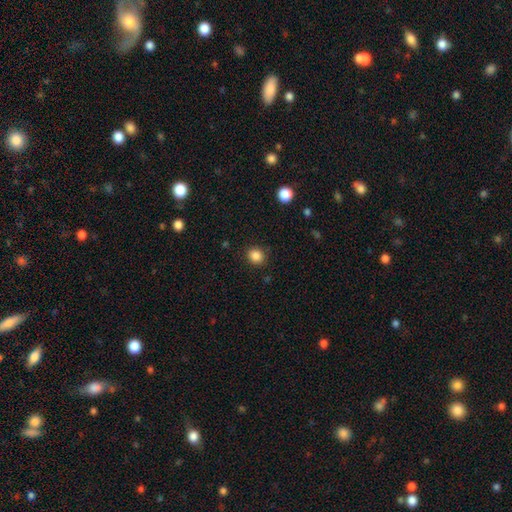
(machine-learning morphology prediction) This is clearly a smooth galaxy (86%). How rounded: likely round (78%). Merging: clearly none (88%).